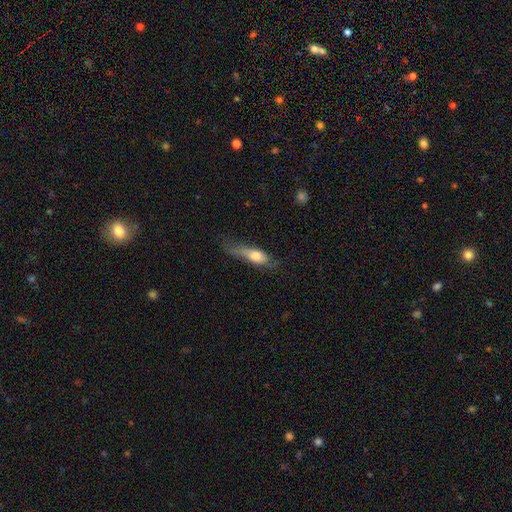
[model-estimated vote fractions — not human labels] smooth_or_featured: smooth (p=0.60) [alt: featured or disk p=0.33]
how_rounded: cigar-shaped (p=0.49) [alt: in between p=0.47]
merging: none (p=0.35) [alt: minor disturbance p=0.34]